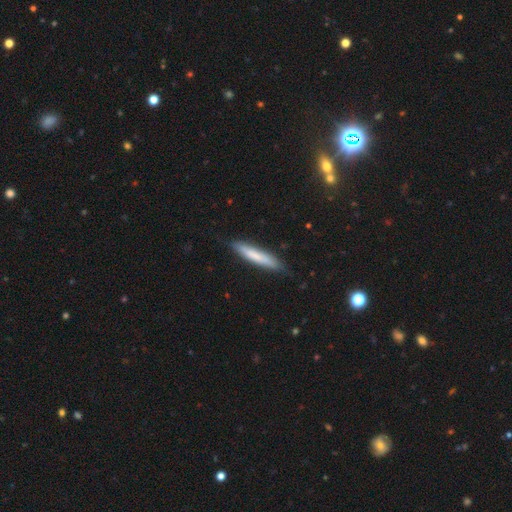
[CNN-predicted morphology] This is likely a smooth galaxy (71%). How rounded: clearly cigar-shaped (90%). Merging: clearly none (83%).